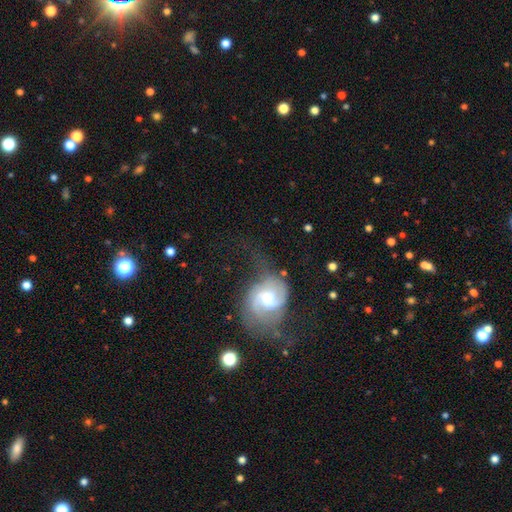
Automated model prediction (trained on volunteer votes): A featured or disk galaxy (73%) with no bar (45%), 2 (81%) loose (48%) spiral arms (89%) and a moderate central bulge (59%). Merging: none (51%).